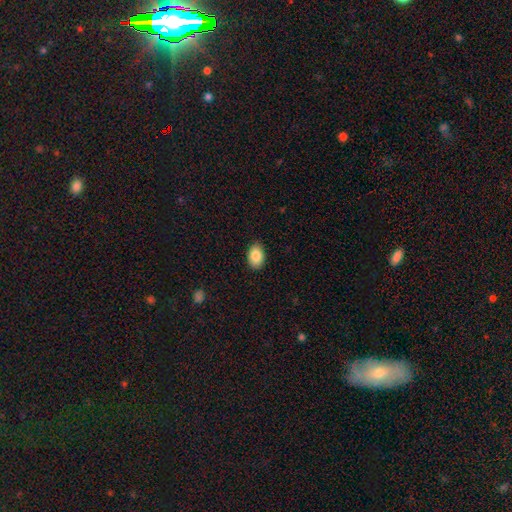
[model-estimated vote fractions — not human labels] Smooth or featured?
  - smooth: 87% *
  - star or artifact: 7%
  - featured or disk: 6%
How rounded?
  - in between: 88% *
  - round: 11%
  - cigar-shaped: 1%
Merging?
  - none: 86% *
  - minor disturbance: 11%
  - major disturbance: 2%
  - merger: 1%